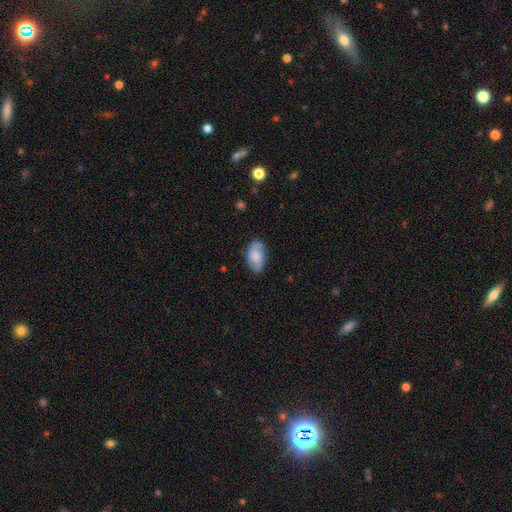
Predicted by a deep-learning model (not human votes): A smooth galaxy with no disk features (52%) that is in between round and cigar-shaped (92%). Merging: none (74%).